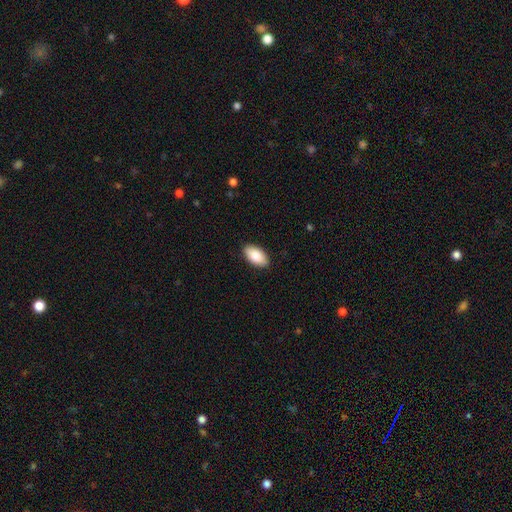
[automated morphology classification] Smooth or featured? Predicted: smooth (p=0.87). How rounded? Predicted: in between (p=0.95). Merging? Predicted: none (p=0.90).